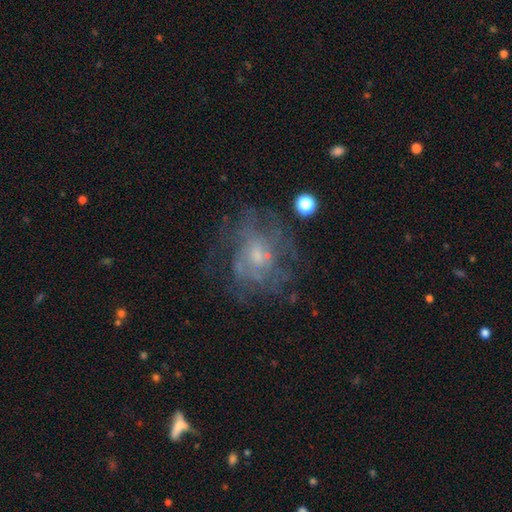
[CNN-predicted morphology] This appears to be a featured or disk galaxy (64%) with no bar (73%), spiral arms (54%) and a small central bulge (55%). Merging: none (58%).